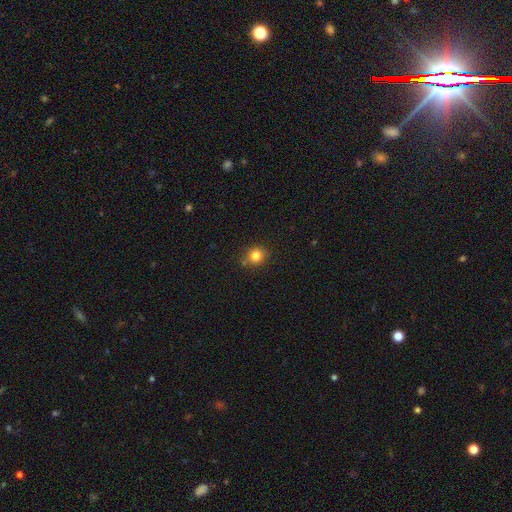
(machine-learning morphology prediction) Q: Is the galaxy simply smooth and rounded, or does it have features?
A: smooth — 82%.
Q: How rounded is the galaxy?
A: round — 86%.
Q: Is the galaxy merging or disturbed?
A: none — 81%.